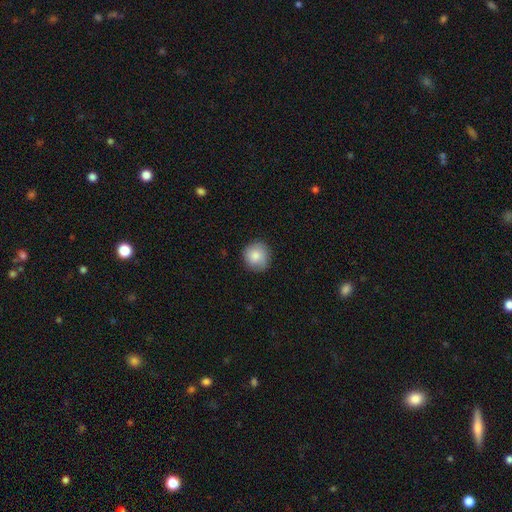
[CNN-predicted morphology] This is clearly a smooth galaxy (84%). How rounded: clearly round (91%). Merging: clearly none (84%).